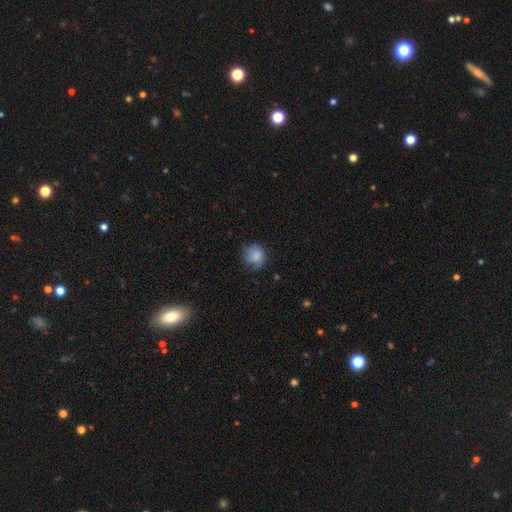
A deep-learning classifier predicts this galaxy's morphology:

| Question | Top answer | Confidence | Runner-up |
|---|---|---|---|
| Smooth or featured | smooth | 76% | featured or disk (15%) |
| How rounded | round | 78% | in between (21%) |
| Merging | none | 59% | minor disturbance (28%) |